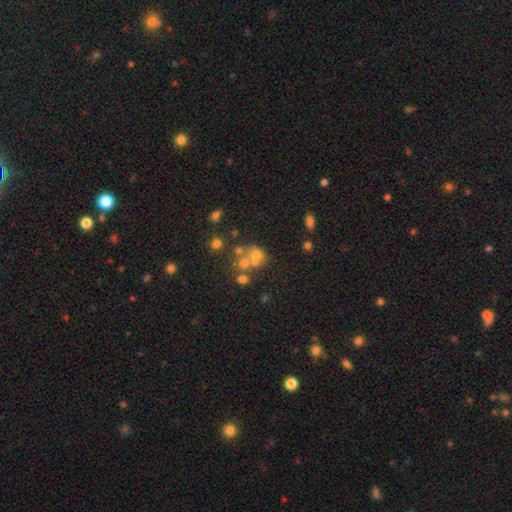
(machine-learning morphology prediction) Smooth or featured? Predicted: smooth (p=0.51). How rounded? Predicted: round (p=0.64). Merging? Predicted: merger (p=0.49).